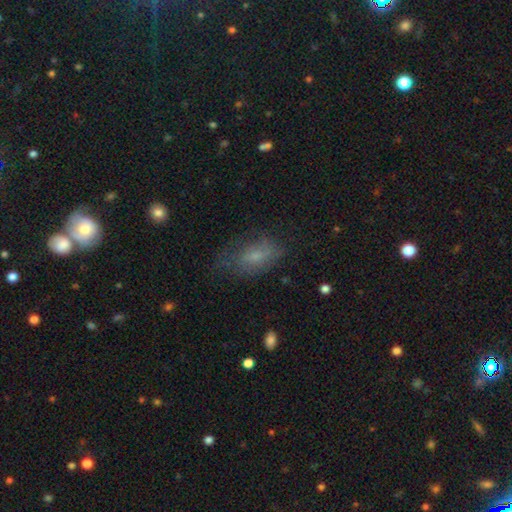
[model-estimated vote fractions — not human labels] The model was most divided on "merging": none: 57%, minor disturbance: 25%, major disturbance: 16%, merger: 2%. More confident: how rounded — in between (86%); smooth or featured — smooth (62%).